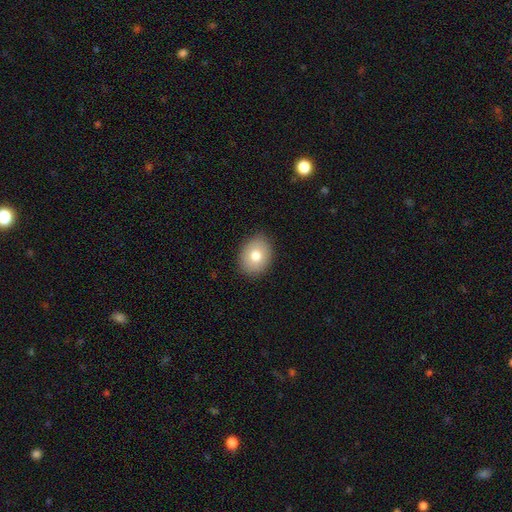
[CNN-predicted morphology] smooth 77%, featured or disk 14%, star or artifact 9%. Down the decision tree: how rounded — in between (55%); merging — none (87%).